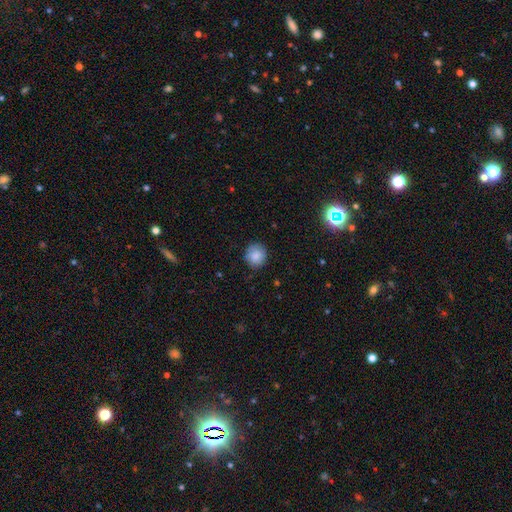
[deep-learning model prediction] Smooth or featured?
  - smooth: 83% *
  - star or artifact: 9%
  - featured or disk: 8%
How rounded?
  - round: 86% *
  - in between: 13%
  - cigar-shaped: 1%
Merging?
  - none: 82% *
  - minor disturbance: 14%
  - major disturbance: 3%
  - merger: 1%